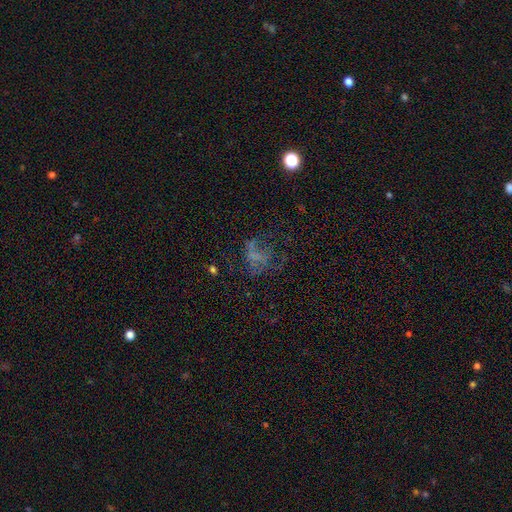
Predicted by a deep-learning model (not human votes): featured or disk 41%, smooth 30%, star or artifact 29%. Down the decision tree: merging — none (43%).